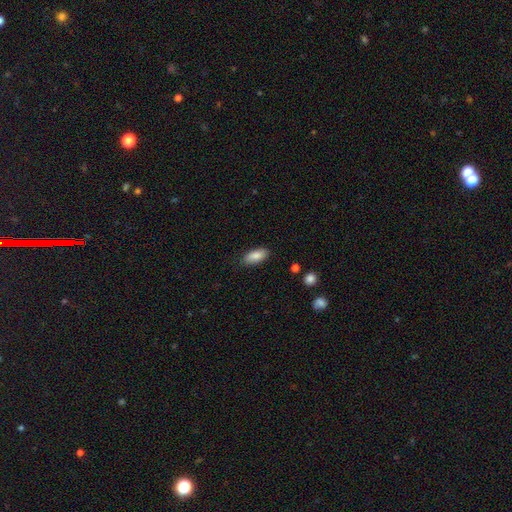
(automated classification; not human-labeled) Smooth or featured?
  - smooth: 85% *
  - featured or disk: 8%
  - star or artifact: 7%
How rounded?
  - in between: 86% *
  - cigar-shaped: 11%
  - round: 2%
Merging?
  - none: 84% *
  - minor disturbance: 13%
  - major disturbance: 2%
  - merger: 1%